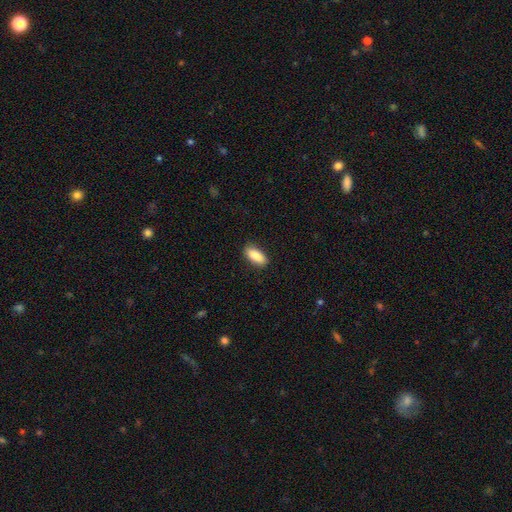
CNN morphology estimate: smooth 87%, star or artifact 6%, featured or disk 6%. Down the decision tree: how rounded — in between (85%); merging — none (87%).